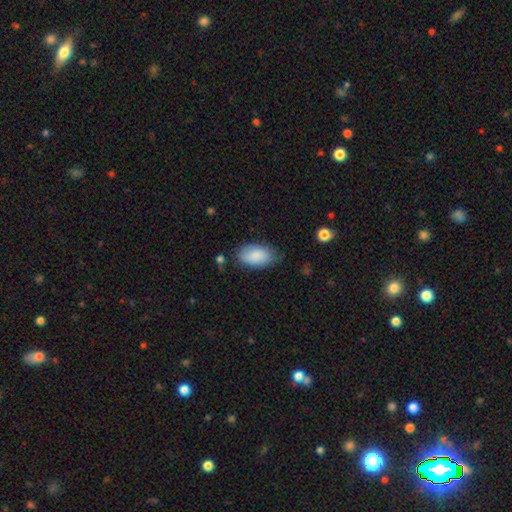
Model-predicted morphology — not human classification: This is clearly a smooth galaxy (87%). How rounded: clearly in between (94%). Merging: likely none (73%).